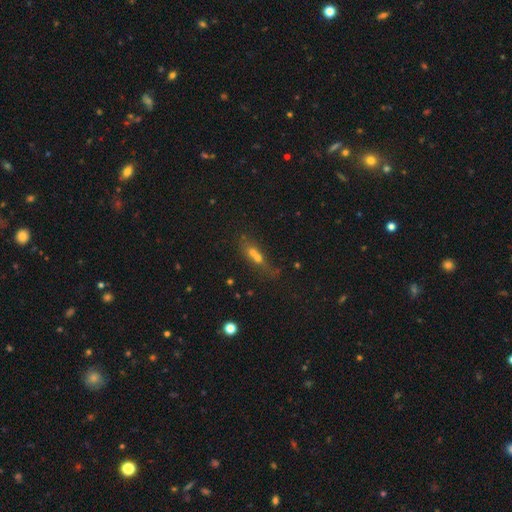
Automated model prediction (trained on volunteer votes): smooth-or-featured: smooth: 48% | featured or disk: 28% | star or artifact: 23%
  merging: merger: 53% | none: 29% | minor disturbance: 10% | major disturbance: 8%